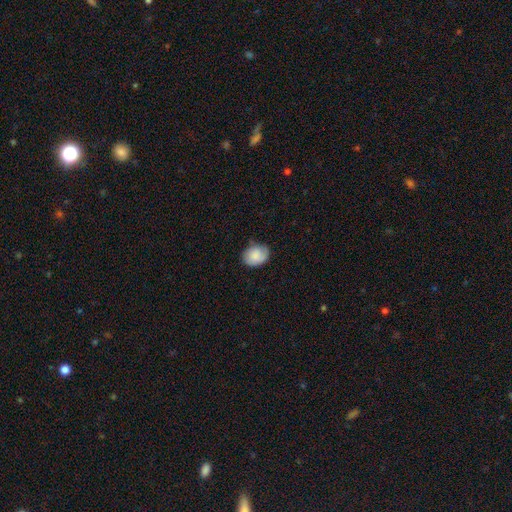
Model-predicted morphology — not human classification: smooth_or_featured: smooth (p=0.79) [alt: featured or disk p=0.14]
how_rounded: in between (p=0.51) [alt: round p=0.48]
merging: none (p=0.68) [alt: minor disturbance p=0.25]